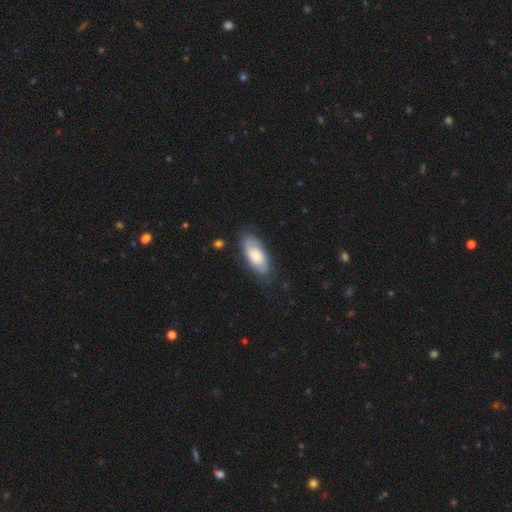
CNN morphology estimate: Smooth or featured? featured or disk (47%)
Merging? none (74%)